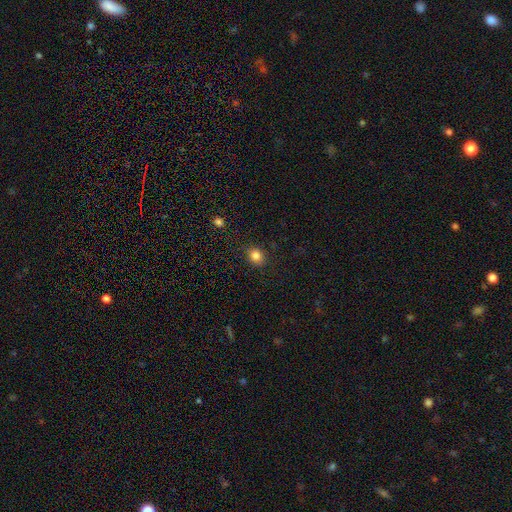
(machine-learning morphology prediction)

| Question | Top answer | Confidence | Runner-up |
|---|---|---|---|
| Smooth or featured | smooth | 84% | star or artifact (12%) |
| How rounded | round | 72% | in between (27%) |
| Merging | none | 87% | minor disturbance (9%) |